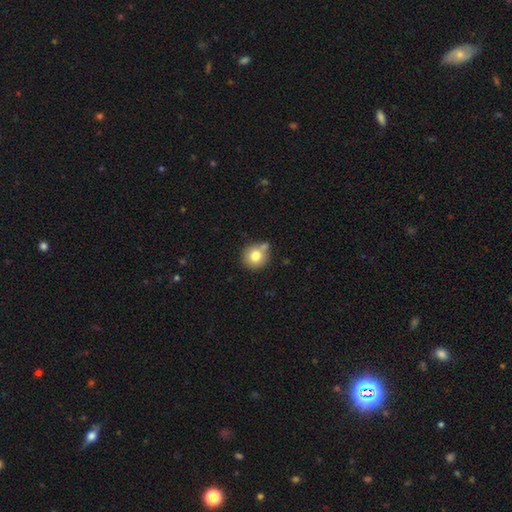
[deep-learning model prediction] A smooth galaxy with no disk features (78%) that is round (90%).

Vote fractions:
- Smooth or featured? smooth: 78% / featured or disk: 12% / star or artifact: 10%
- How rounded? round: 90% / in between: 9% / cigar-shaped: 1%
- Merging? none: 64% / merger: 17% / minor disturbance: 15% / major disturbance: 4%